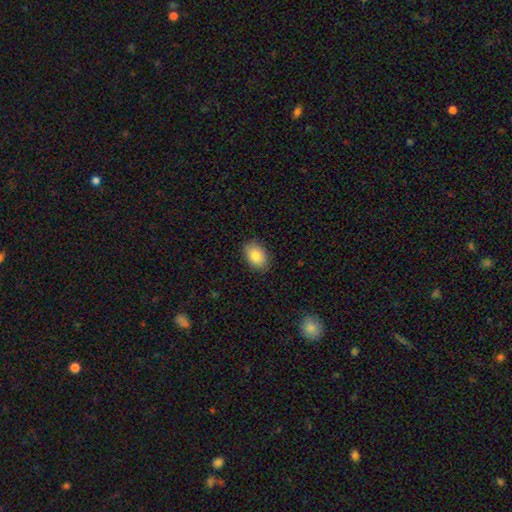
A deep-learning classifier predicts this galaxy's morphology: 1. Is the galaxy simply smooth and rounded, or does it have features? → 86% smooth, 7% star or artifact, 7% featured or disk.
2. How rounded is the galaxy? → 84% in between, 15% round, 1% cigar-shaped.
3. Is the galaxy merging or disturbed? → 88% none, 9% minor disturbance, 2% major disturbance, 1% merger.